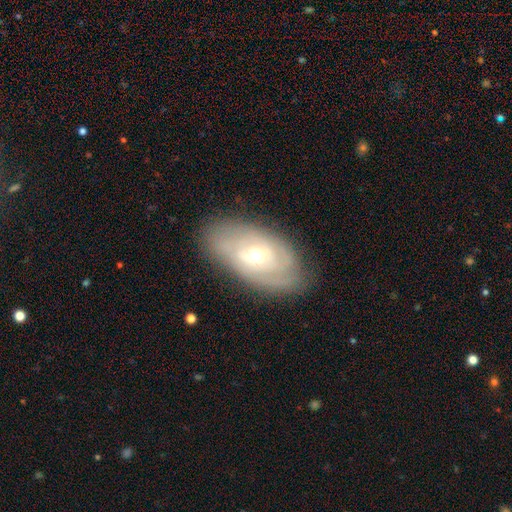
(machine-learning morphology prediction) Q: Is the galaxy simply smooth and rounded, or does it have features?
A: featured or disk — 70%.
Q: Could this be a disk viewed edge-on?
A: no — 91%.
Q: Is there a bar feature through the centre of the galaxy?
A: no — 57%.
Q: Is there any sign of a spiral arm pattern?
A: yes — 80%.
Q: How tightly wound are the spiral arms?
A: tight — 68%.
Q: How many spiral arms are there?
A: can't tell — 51%.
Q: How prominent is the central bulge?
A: moderate — 53%.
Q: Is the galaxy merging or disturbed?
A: none — 79%.